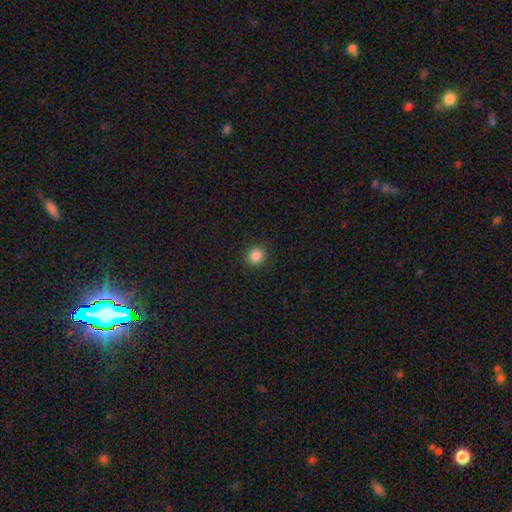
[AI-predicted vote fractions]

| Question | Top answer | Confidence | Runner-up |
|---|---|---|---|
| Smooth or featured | smooth | 86% | star or artifact (11%) |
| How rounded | round | 90% | in between (9%) |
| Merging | none | 91% | minor disturbance (6%) |